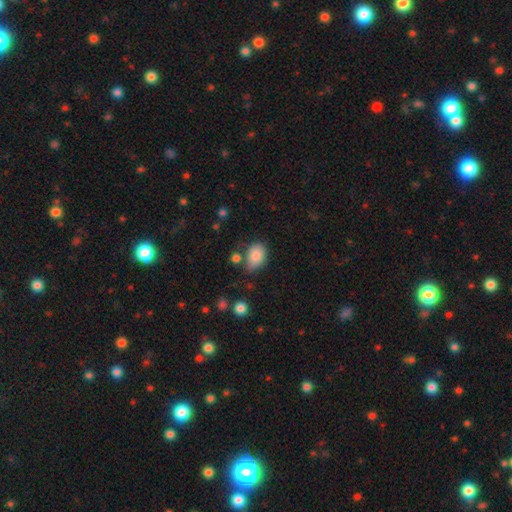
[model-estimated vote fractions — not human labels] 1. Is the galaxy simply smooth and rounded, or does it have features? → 86% smooth, 8% star or artifact, 6% featured or disk.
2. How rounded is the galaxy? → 83% in between, 16% round, 1% cigar-shaped.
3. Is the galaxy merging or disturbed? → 62% none, 24% minor disturbance, 7% merger, 6% major disturbance.